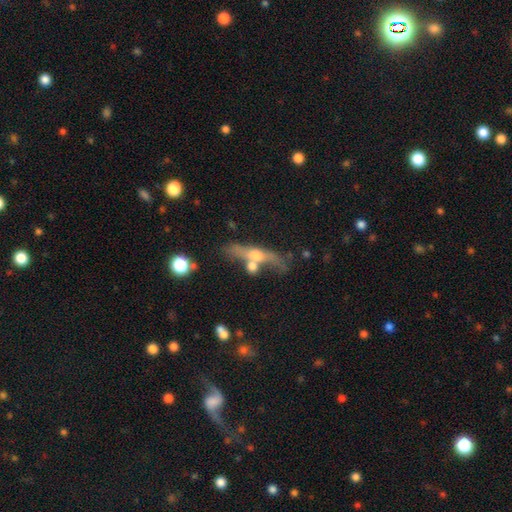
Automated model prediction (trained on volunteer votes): Smooth or featured: featured or disk — 62% (smooth — 30%)
Edge-on disk: yes — 81% (no — 19%)
Edge-on bulge: rounded — 91% (none — 5%)
Merging: none — 49% (merger — 27%)